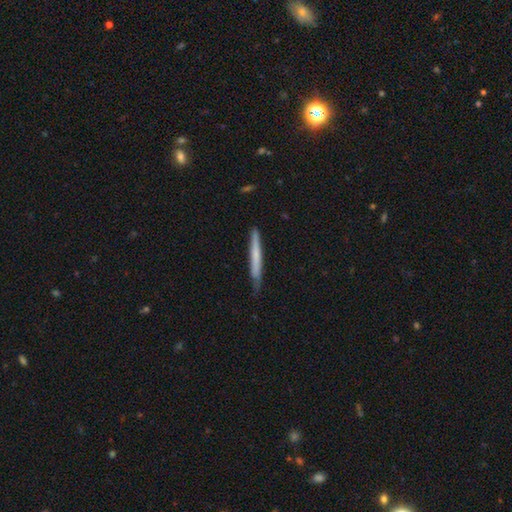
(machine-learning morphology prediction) The model was most divided on "smooth or featured": smooth: 59%, featured or disk: 35%, star or artifact: 6%. More confident: how rounded — cigar-shaped (97%); merging — none (76%).